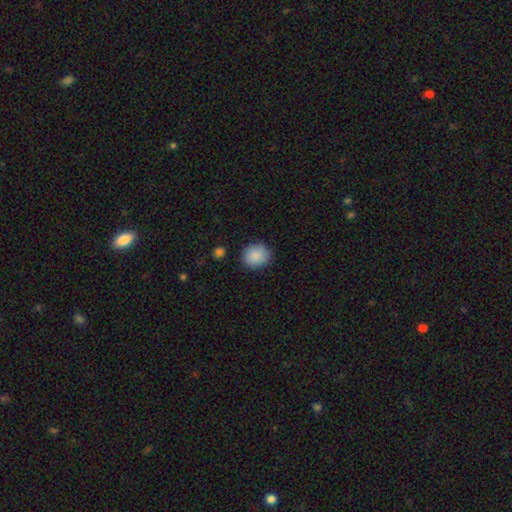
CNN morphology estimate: smooth_or_featured: smooth (p=0.88) [alt: star or artifact p=0.08]
how_rounded: round (p=0.77) [alt: in between p=0.23]
merging: none (p=0.87) [alt: minor disturbance p=0.09]